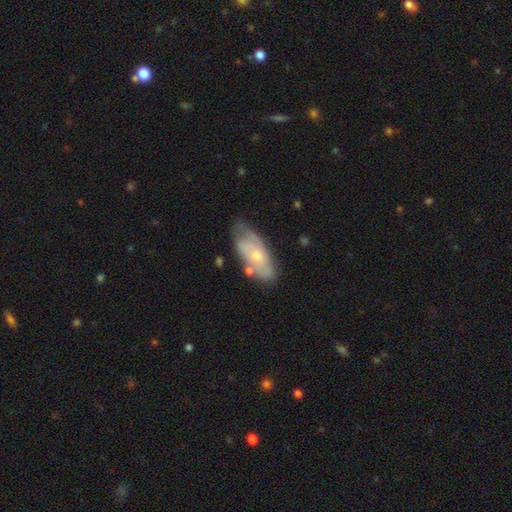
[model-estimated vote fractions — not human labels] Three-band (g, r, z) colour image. It shows a featured or disk galaxy (57%) with no bar (78%), spiral arms (64%) and a small central bulge (55%). Merging: none (57%).